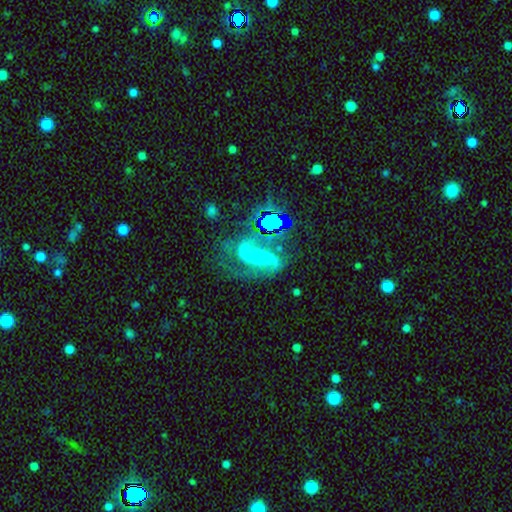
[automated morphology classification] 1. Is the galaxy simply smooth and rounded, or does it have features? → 81% featured or disk, 12% star or artifact, 8% smooth.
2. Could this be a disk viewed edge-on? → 96% no, 4% yes.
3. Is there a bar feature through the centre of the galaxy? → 33% no (tied), 33% strong (tied), 33% weak (tied).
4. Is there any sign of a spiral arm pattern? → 95% yes, 5% no.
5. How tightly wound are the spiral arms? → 44% loose (tied), 44% medium (tied), 12% tight.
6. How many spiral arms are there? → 88% 2, 4% can't tell, 3% 1, 3% 3, 1% 4, 1% more than 4.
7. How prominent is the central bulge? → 55% small, 38% moderate, 3% none, 3% large, 1% dominant.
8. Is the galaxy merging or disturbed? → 50% none, 21% major disturbance, 20% minor disturbance, 8% merger.